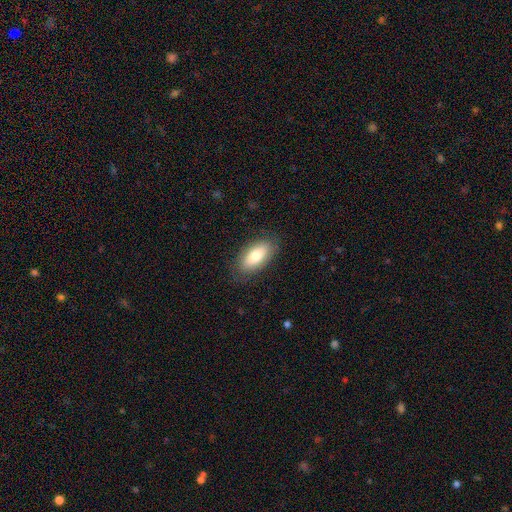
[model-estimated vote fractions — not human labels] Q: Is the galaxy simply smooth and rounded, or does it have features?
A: smooth — 76%.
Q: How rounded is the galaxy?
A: in between — 90%.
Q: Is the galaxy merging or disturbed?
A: none — 84%.